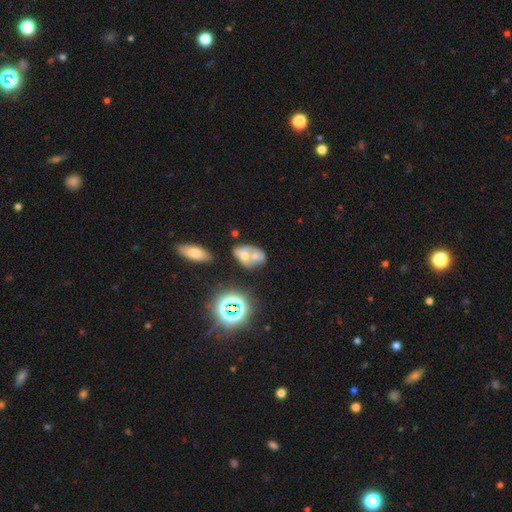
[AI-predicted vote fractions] Morphology: type=smooth (46%); merging=merger (64%).